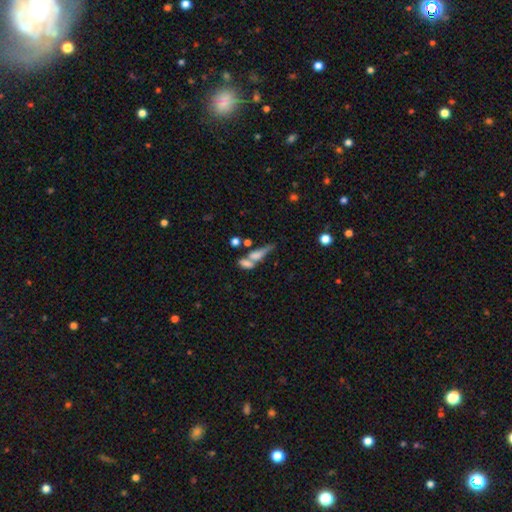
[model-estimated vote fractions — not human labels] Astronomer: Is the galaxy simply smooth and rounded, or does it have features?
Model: smooth — 59%.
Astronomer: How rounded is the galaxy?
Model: in between — 46% (runner-up: cigar-shaped, 45%).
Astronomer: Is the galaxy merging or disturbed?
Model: merger — 50% (runner-up: none, 27%).